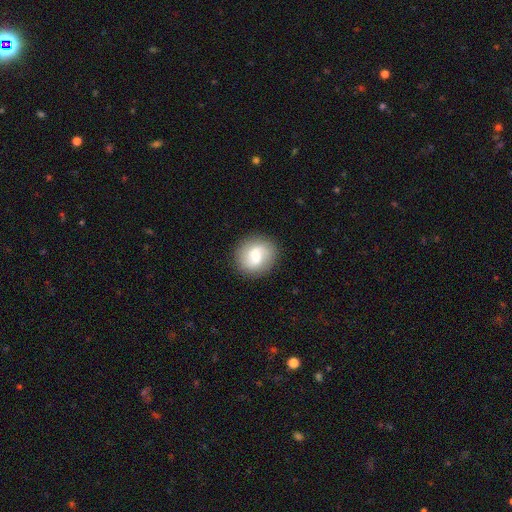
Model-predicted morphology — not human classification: smooth-or-featured: smooth: 51% | featured or disk: 41% | star or artifact: 8%
  how-rounded: round: 86% | in between: 13% | cigar-shaped: 1%
  merging: none: 88% | minor disturbance: 8% | major disturbance: 3% | merger: 1%